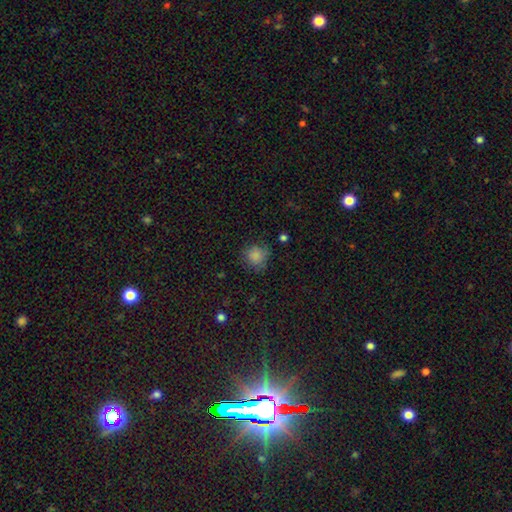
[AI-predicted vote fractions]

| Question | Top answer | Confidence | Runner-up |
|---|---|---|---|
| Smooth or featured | smooth | 83% | star or artifact (11%) |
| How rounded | round | 88% | in between (11%) |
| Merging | none | 72% | minor disturbance (20%) |